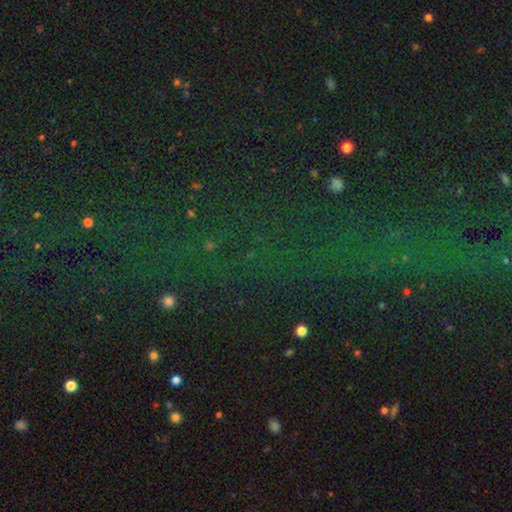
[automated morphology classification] This is likely a star or artifact rather than a galaxy (75%).